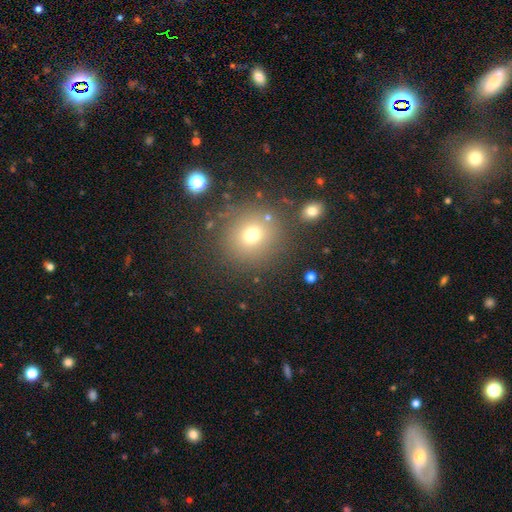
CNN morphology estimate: smooth_or_featured: smooth (p=0.57) [alt: star or artifact p=0.30]
how_rounded: round (p=0.92) [alt: in between p=0.07]
merging: none (p=0.83) [alt: minor disturbance p=0.09]